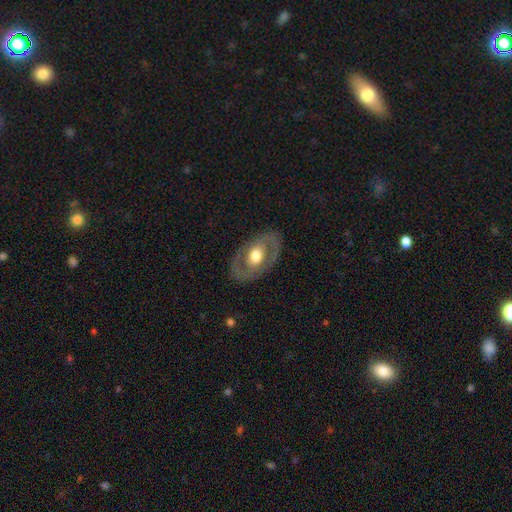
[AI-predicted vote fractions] Smooth or featured? Predicted: featured or disk (p=0.63). Edge-on disk? Predicted: no (p=0.91). Bar? Predicted: no (p=0.72). Spiral arms? Predicted: no (p=0.69). Bulge size? Predicted: moderate (p=0.62). Merging? Predicted: none (p=0.82).